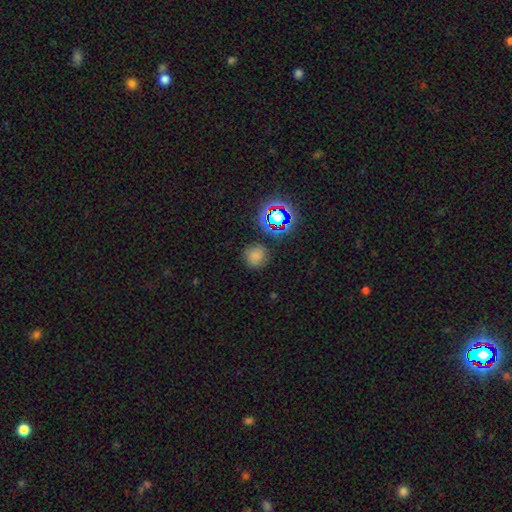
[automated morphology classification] Smooth or featured?
  - smooth: 69% *
  - star or artifact: 23%
  - featured or disk: 8%
How rounded?
  - round: 90% *
  - in between: 9%
  - cigar-shaped: 1%
Merging?
  - none: 82% *
  - minor disturbance: 12%
  - major disturbance: 4%
  - merger: 3%